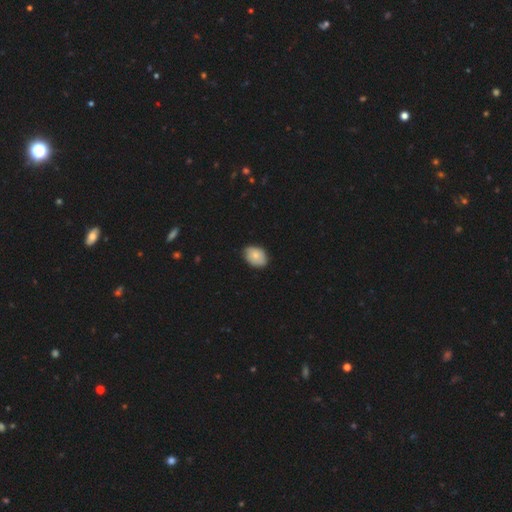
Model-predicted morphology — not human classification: Overall: smooth (80%). How rounded: in between (73%). Merging: none (82%).